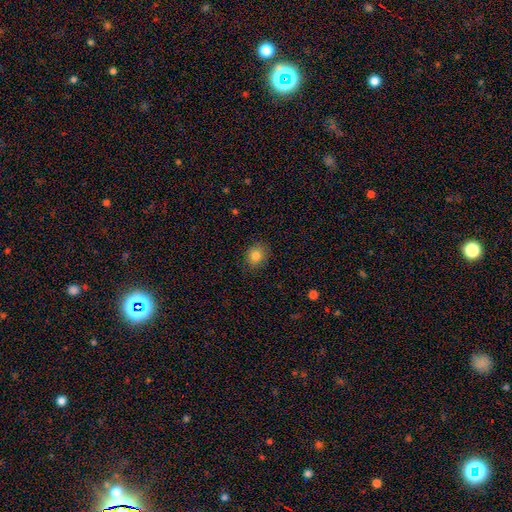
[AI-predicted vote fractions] A smooth galaxy with no disk features (83%) that is round (66%).

Vote fractions:
- Smooth or featured? smooth: 83% / star or artifact: 10% / featured or disk: 7%
- How rounded? round: 66% / in between: 33% / cigar-shaped: 1%
- Merging? none: 86% / minor disturbance: 10% / major disturbance: 3% / merger: 1%